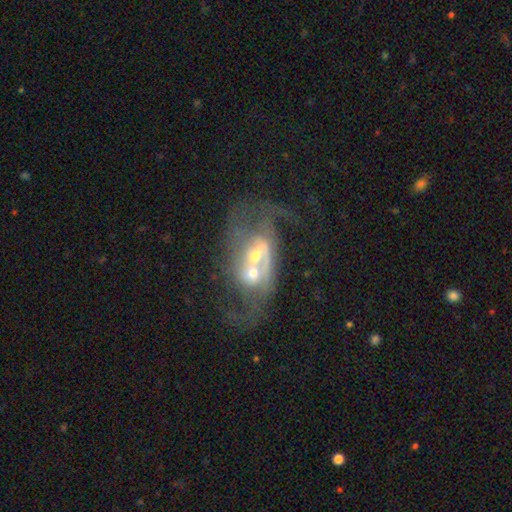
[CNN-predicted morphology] Overall: featured or disk (72%). Edge-on disk: no (95%). Bar: no (57%; weak 30%). Spiral arms: yes (69%; no 31%). Bulge size: moderate (60%; small 26%). Merging: merger (70%).